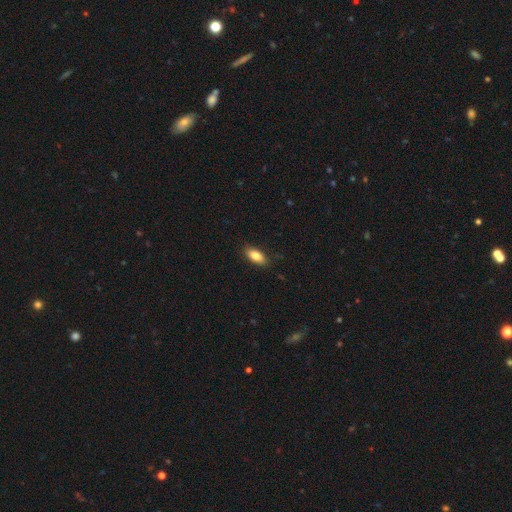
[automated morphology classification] smooth_or_featured: smooth (p=0.85) [alt: featured or disk p=0.08]
how_rounded: in between (p=0.87) [alt: cigar-shaped p=0.10]
merging: none (p=0.85) [alt: minor disturbance p=0.12]